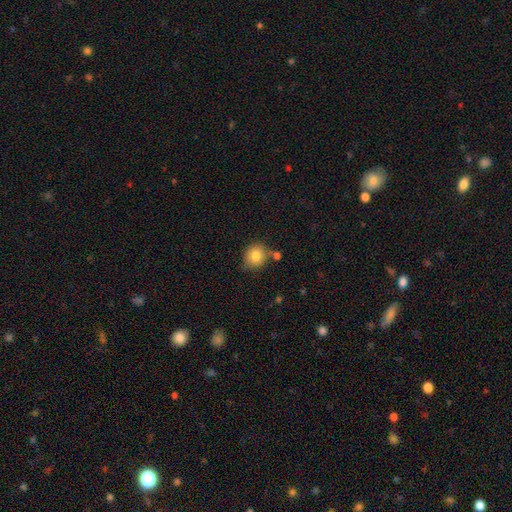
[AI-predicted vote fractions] The model was most divided on "merging": none: 68%, minor disturbance: 17%, merger: 12%, major disturbance: 4%. More confident: smooth or featured — smooth (82%); how rounded — round (82%).